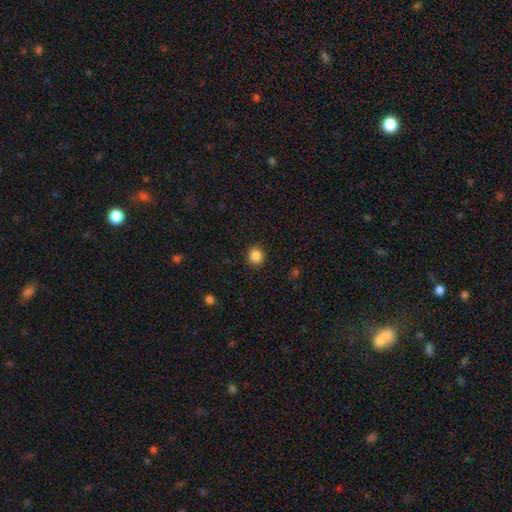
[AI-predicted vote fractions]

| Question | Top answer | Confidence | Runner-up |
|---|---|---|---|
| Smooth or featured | smooth | 86% | star or artifact (10%) |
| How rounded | round | 91% | in between (9%) |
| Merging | none | 90% | minor disturbance (6%) |